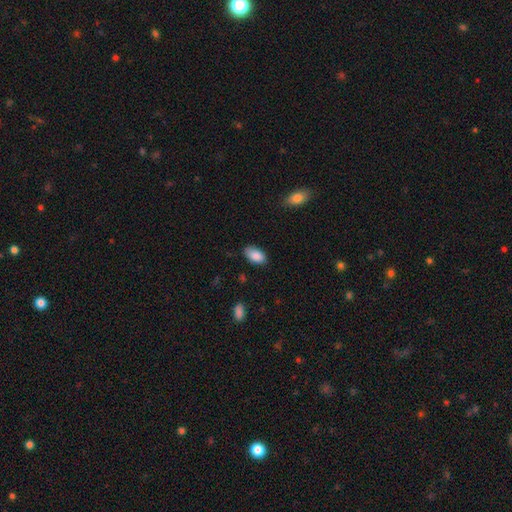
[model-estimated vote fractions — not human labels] The model was most divided on "merging": none: 83%, minor disturbance: 14%, major disturbance: 3%, merger: 1%. More confident: how rounded — in between (94%); smooth or featured — smooth (88%).